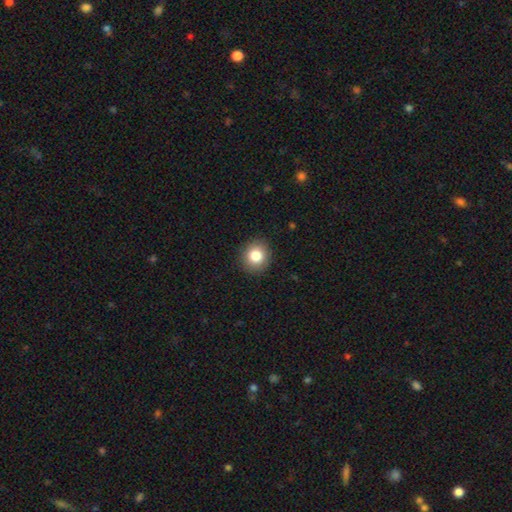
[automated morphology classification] smooth-or-featured: smooth: 82% | star or artifact: 10% | featured or disk: 8%
  how-rounded: round: 86% | in between: 13% | cigar-shaped: 1%
  merging: none: 91% | minor disturbance: 6% | major disturbance: 2% | merger: 1%